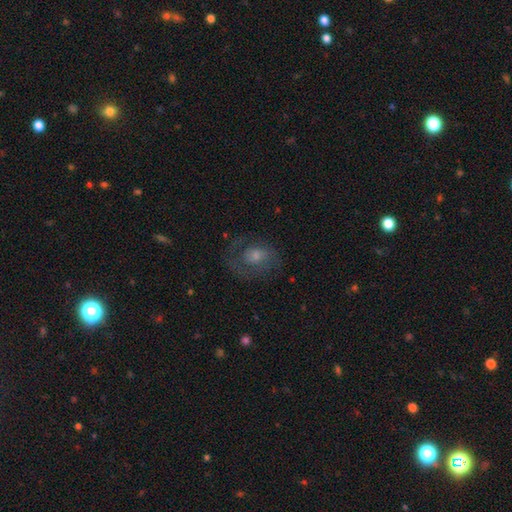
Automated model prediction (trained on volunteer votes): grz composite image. It shows a featured or disk galaxy (62%) with no bar (68%), spiral arms (80%) and a moderate central bulge (45%). Merging: none (63%).